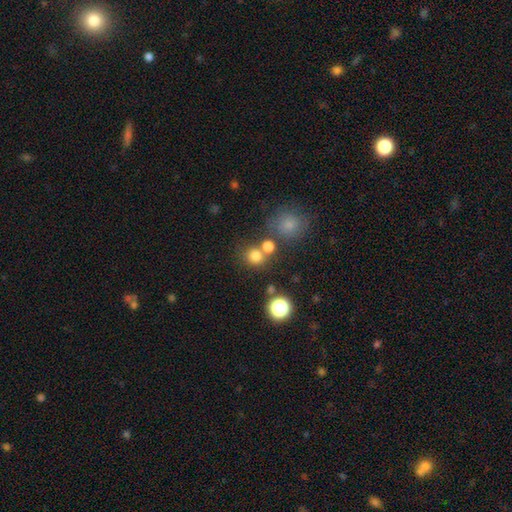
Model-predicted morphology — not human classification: Q: Smooth or featured?
A: smooth (75%); runner-up: star or artifact (18%)
Q: How rounded?
A: round (88%); runner-up: in between (11%)
Q: Merging?
A: none (66%); runner-up: merger (22%)